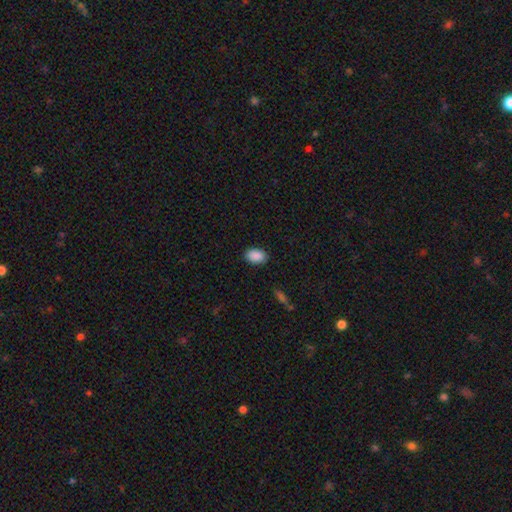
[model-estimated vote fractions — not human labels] Smooth or featured?
  - smooth: 90% *
  - star or artifact: 7%
  - featured or disk: 3%
How rounded?
  - in between: 89% *
  - round: 10%
  - cigar-shaped: 1%
Merging?
  - none: 88% *
  - minor disturbance: 9%
  - major disturbance: 2%
  - merger: 1%